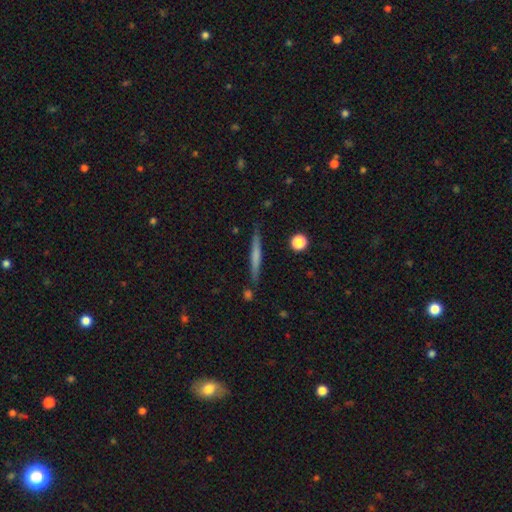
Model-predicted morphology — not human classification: Smooth or featured: smooth — 53% (featured or disk — 40%)
How rounded: cigar-shaped — 95% (in between — 3%)
Merging: none — 85% (minor disturbance — 10%)